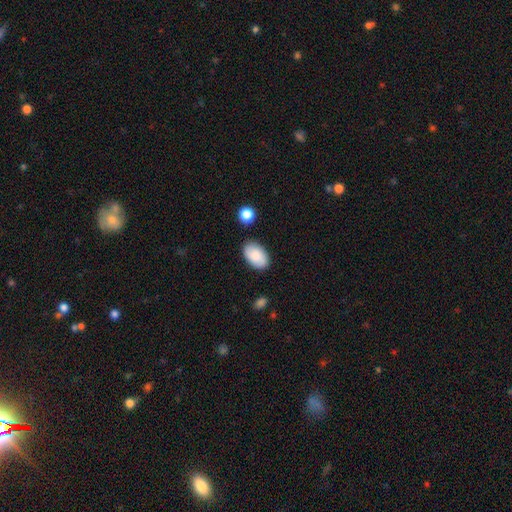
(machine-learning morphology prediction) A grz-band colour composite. It shows a smooth galaxy with no disk features (84%) that is in between round and cigar-shaped (92%). Merging: none (83%).